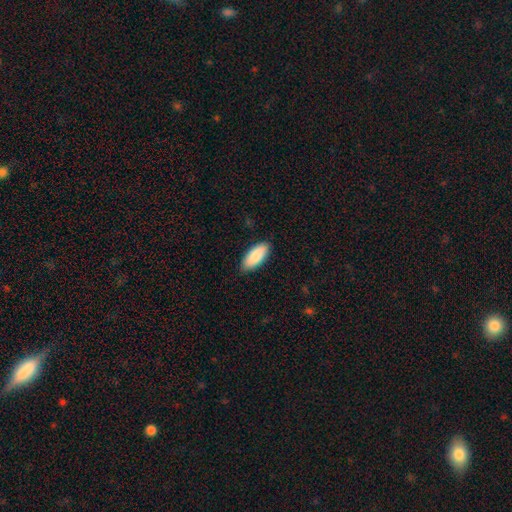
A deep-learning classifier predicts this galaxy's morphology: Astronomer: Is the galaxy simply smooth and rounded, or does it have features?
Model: smooth — 88%.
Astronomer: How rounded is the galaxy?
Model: in between — 84%.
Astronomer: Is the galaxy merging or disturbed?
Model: none — 87%.